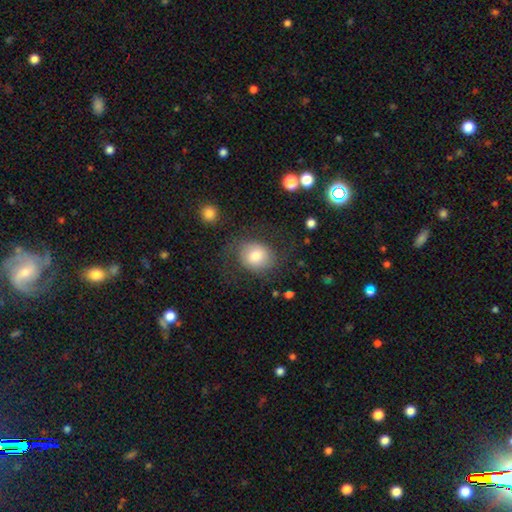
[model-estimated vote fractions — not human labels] A smooth galaxy with no disk features (68%) that is round (65%). Merging: none (64%).